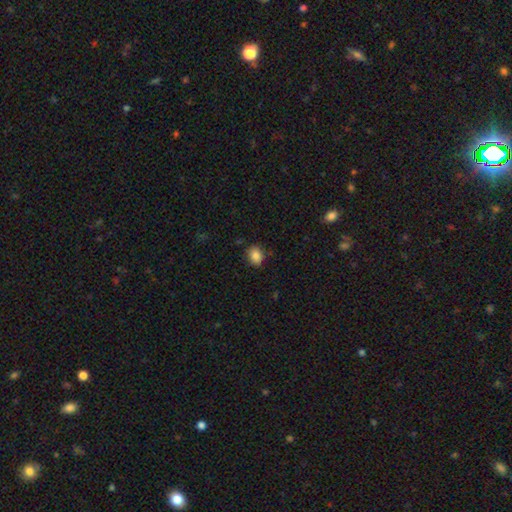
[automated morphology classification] Smooth or featured: smooth — 85% (star or artifact — 10%)
How rounded: in between — 52% (round — 47%)
Merging: none — 81% (minor disturbance — 14%)